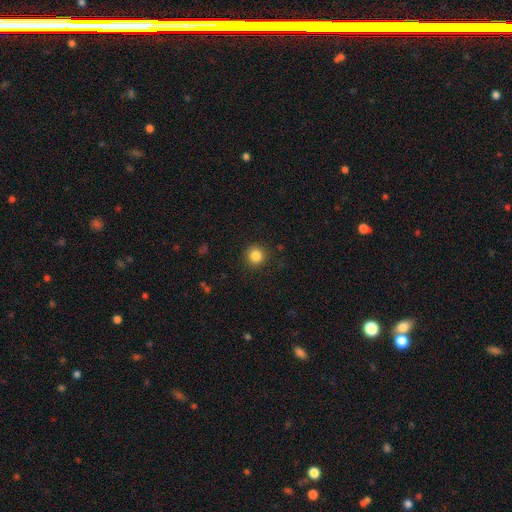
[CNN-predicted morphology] Smooth or featured? Predicted: smooth (p=0.85). How rounded? Predicted: round (p=0.94). Merging? Predicted: none (p=0.91).